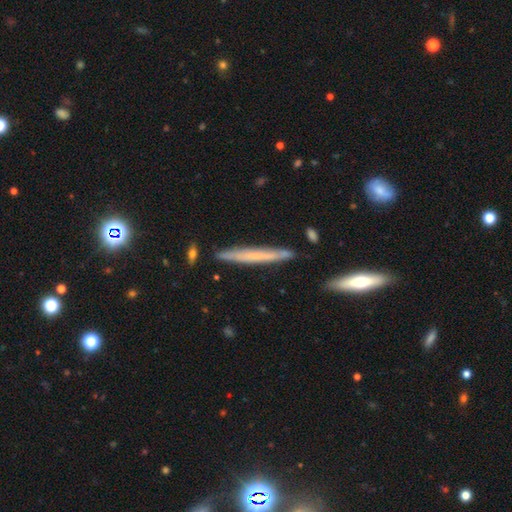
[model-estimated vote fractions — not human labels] Smooth or featured?
  - smooth: 51% *
  - featured or disk: 42%
  - star or artifact: 7%
How rounded?
  - cigar-shaped: 96% *
  - in between: 2%
  - round: 1%
Merging?
  - none: 85% *
  - minor disturbance: 11%
  - merger: 3%
  - major disturbance: 2%